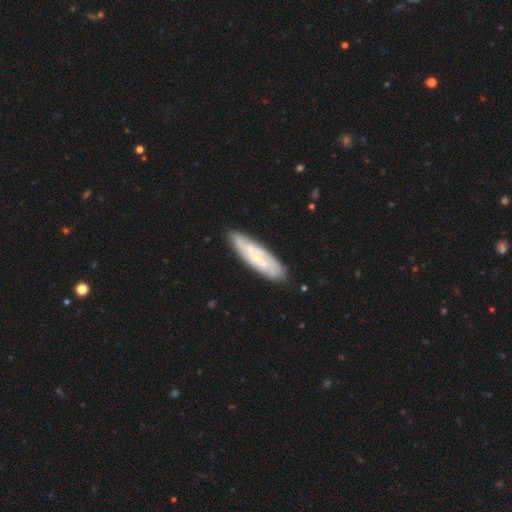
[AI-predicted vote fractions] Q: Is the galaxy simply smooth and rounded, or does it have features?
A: featured or disk — 59%.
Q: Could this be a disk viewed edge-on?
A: no — 71%.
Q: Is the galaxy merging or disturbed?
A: none — 83%.